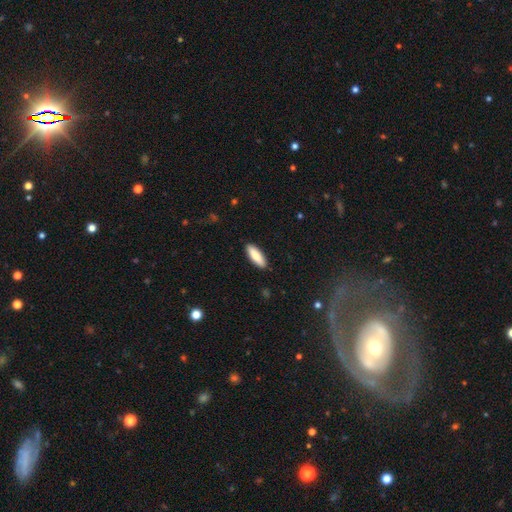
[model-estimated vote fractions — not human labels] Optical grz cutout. It shows a smooth galaxy with no disk features (82%) that is in between round and cigar-shaped (59%). Merging: none (90%).